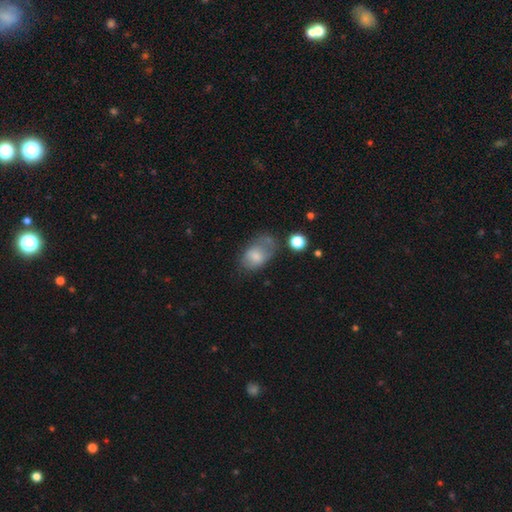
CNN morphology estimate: This appears to be a smooth galaxy with no disk features (69%) that is in between round and cigar-shaped (84%). Merging: none (35%).